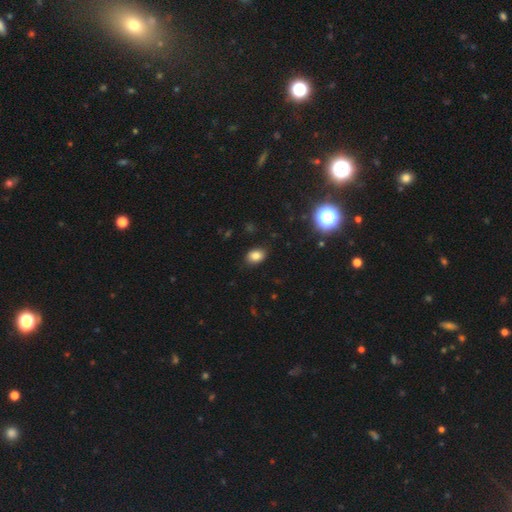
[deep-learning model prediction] Morphology: type=smooth (83%); roundness=in between (75%); merging=none (86%).